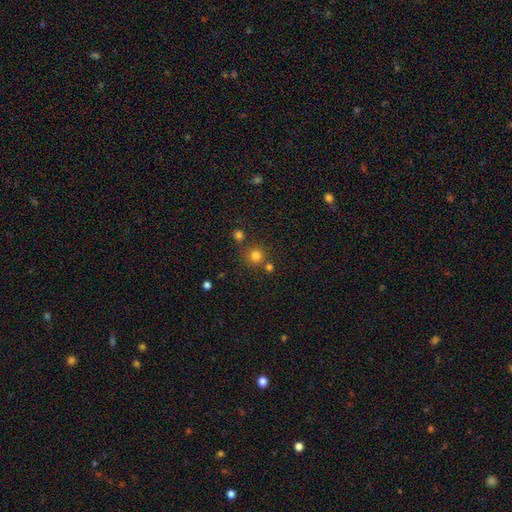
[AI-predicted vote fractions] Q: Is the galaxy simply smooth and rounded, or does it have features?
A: smooth — 78%.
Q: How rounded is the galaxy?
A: round — 93%.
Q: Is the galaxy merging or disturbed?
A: none — 74%.